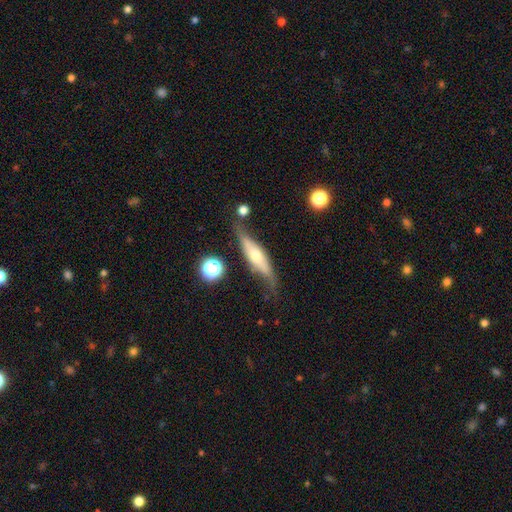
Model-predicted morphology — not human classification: Smooth or featured: featured or disk — 62% (smooth — 31%)
Edge-on disk: yes — 80% (no — 20%)
Merging: none — 64% (minor disturbance — 24%)